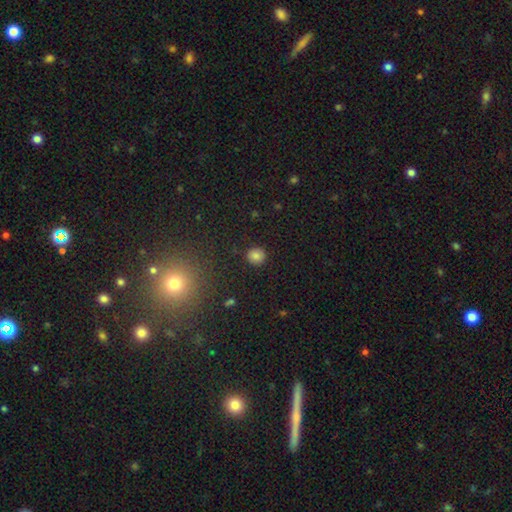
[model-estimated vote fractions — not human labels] Morphology: type=smooth (80%); roundness=round (87%); merging=none (88%).